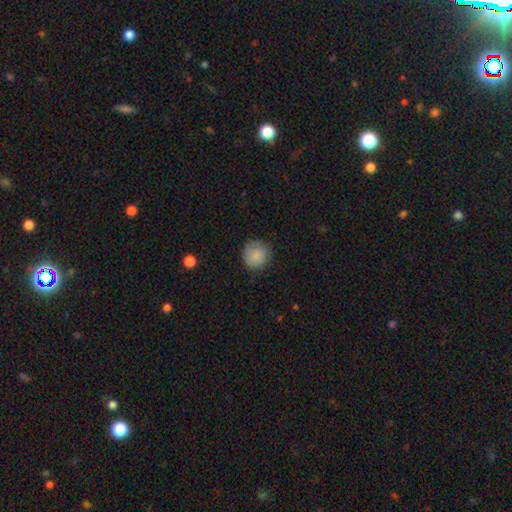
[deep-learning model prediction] Overall: smooth (86%). How rounded: round (93%). Merging: none (82%).